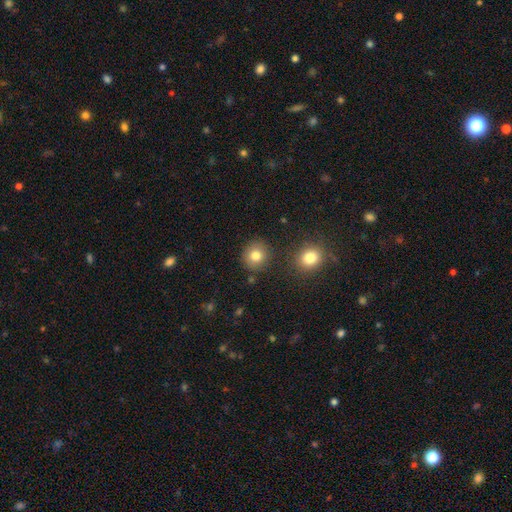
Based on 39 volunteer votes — Overall: smooth (87%). How rounded: round (82%). Merging: none (86%).